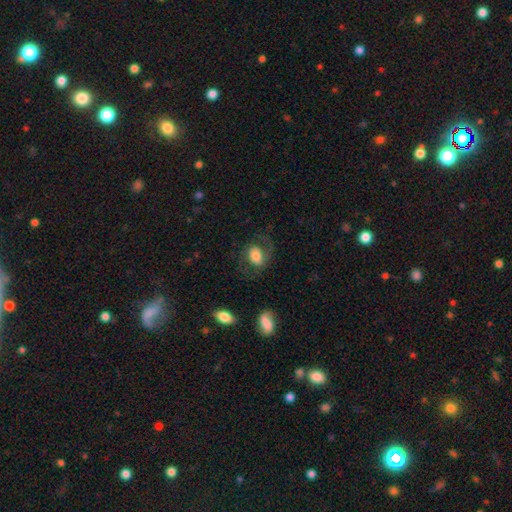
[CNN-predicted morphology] This is possibly a smooth galaxy (58%). How rounded: likely in between (68%). Merging: possibly none (58%).